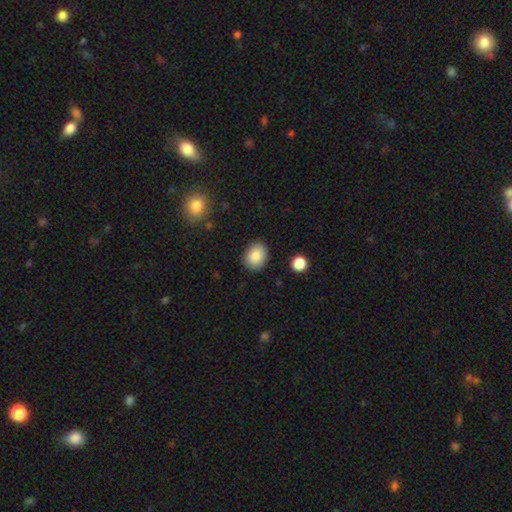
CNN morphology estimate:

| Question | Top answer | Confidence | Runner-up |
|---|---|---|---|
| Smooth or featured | smooth | 88% | star or artifact (8%) |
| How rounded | in between | 58% | round (41%) |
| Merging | none | 86% | minor disturbance (10%) |